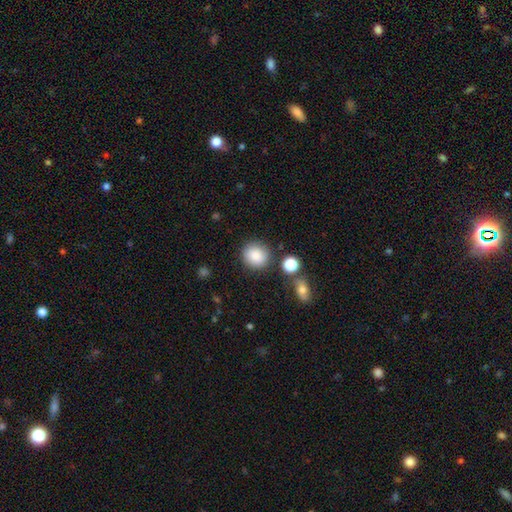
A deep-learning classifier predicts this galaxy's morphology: type=smooth (85%); roundness=round (88%); merging=none (84%).